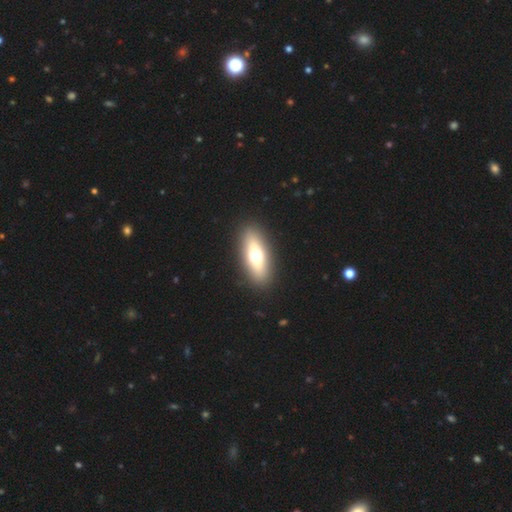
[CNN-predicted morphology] Smooth or featured: smooth — 55% (featured or disk — 37%)
How rounded: in between — 61% (cigar-shaped — 33%)
Merging: none — 90% (minor disturbance — 6%)